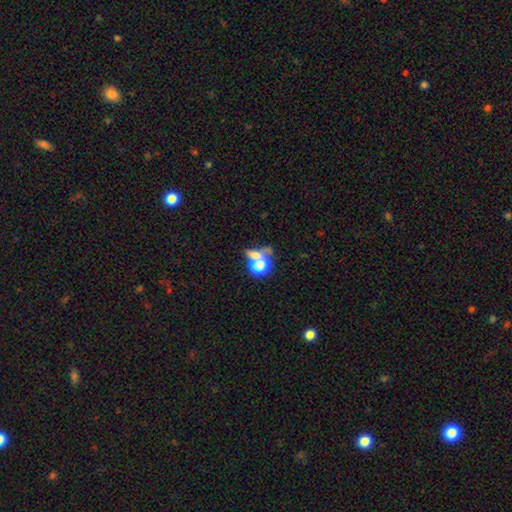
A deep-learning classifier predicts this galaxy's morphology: smooth 59%, star or artifact 22%, featured or disk 20%. Down the decision tree: how rounded — round (54%); merging — merger (47%).